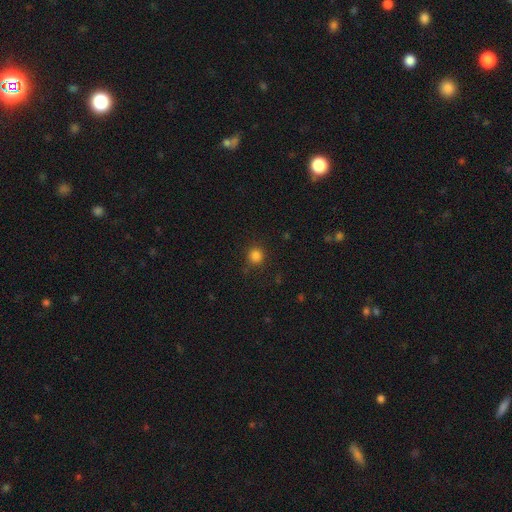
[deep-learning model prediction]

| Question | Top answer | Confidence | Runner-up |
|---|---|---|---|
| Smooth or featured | smooth | 84% | star or artifact (13%) |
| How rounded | round | 92% | in between (7%) |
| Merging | none | 86% | minor disturbance (9%) |